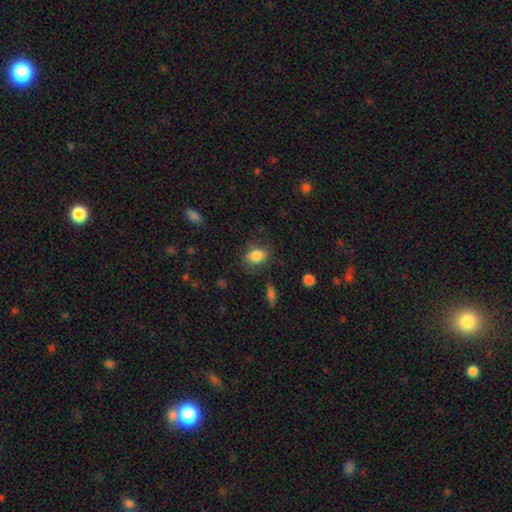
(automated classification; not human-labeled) Smooth or featured?
  - smooth: 84% *
  - star or artifact: 9%
  - featured or disk: 7%
How rounded?
  - in between: 73% *
  - round: 25%
  - cigar-shaped: 2%
Merging?
  - none: 74% *
  - minor disturbance: 18%
  - major disturbance: 6%
  - merger: 2%